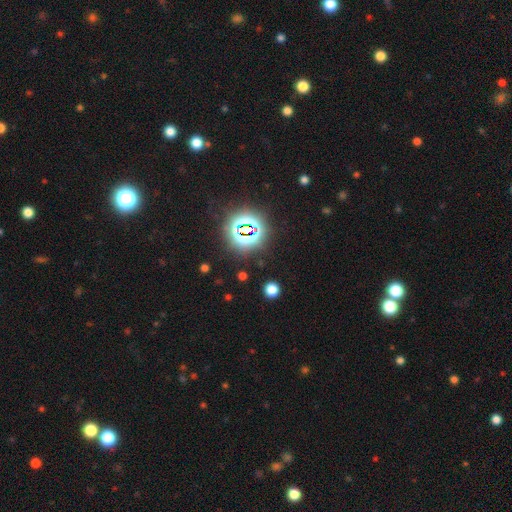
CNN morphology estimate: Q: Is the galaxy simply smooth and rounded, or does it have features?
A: star or artifact — 83%.